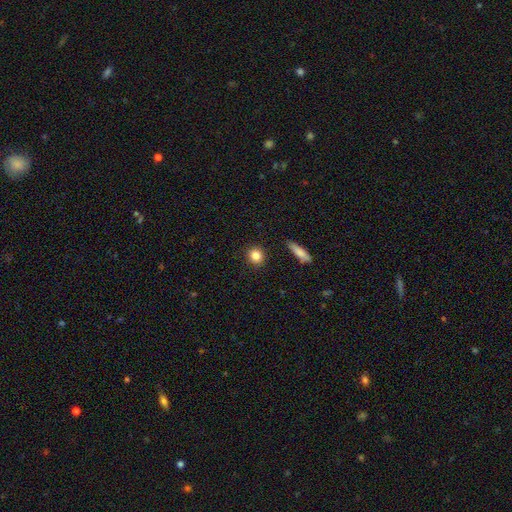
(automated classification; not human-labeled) Smooth or featured?
  - smooth: 83% *
  - star or artifact: 10%
  - featured or disk: 7%
How rounded?
  - round: 87% *
  - in between: 11%
  - cigar-shaped: 2%
Merging?
  - none: 90% *
  - minor disturbance: 6%
  - major disturbance: 2%
  - merger: 2%